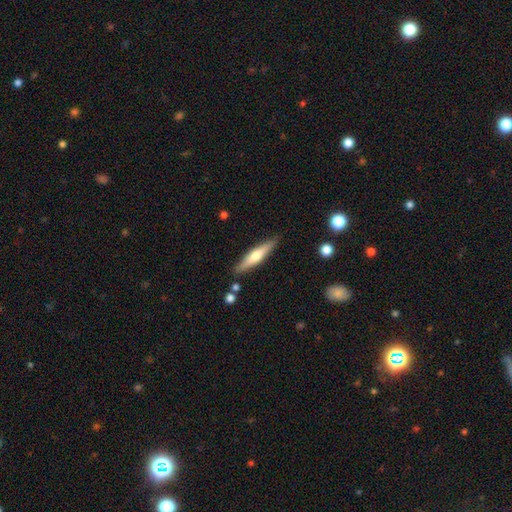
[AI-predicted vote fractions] Q: Smooth or featured?
A: featured or disk (49%); runner-up: smooth (46%)
Q: Merging?
A: none (86%); runner-up: minor disturbance (10%)